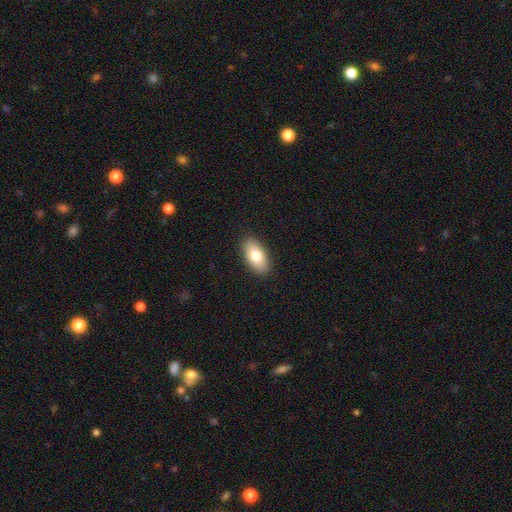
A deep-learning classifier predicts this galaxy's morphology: Smooth or featured?
  - smooth: 80% *
  - featured or disk: 14%
  - star or artifact: 6%
How rounded?
  - in between: 94% *
  - cigar-shaped: 3%
  - round: 3%
Merging?
  - none: 90% *
  - minor disturbance: 7%
  - major disturbance: 2%
  - merger: 1%